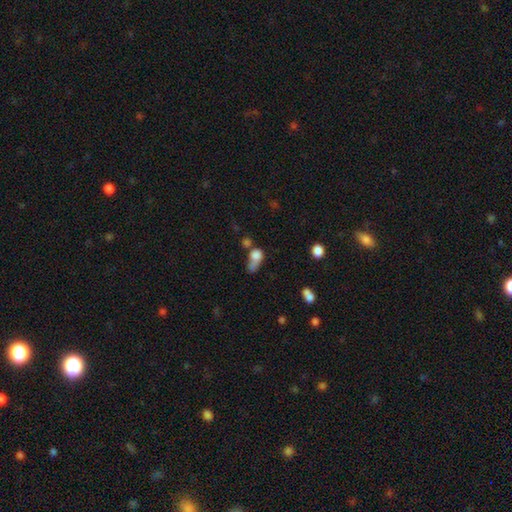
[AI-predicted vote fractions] A smooth galaxy with no disk features (73%) that is in between round and cigar-shaped (52%).

Vote fractions:
- Smooth or featured? smooth: 73% / featured or disk: 15% / star or artifact: 12%
- How rounded? in between: 52% / round: 42% / cigar-shaped: 5%
- Merging? merger: 37% / major disturbance: 25% / none: 21% / minor disturbance: 16%